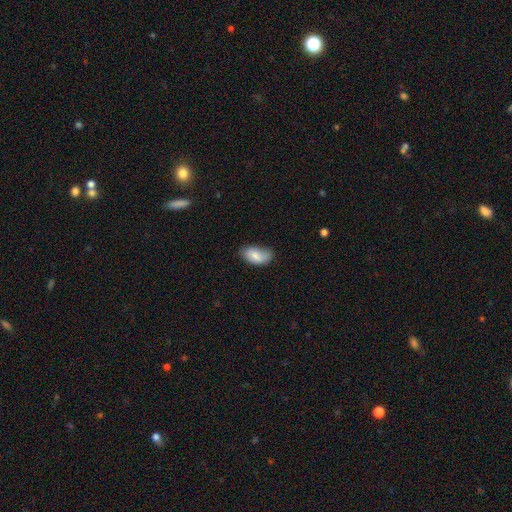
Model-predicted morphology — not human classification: This is clearly a smooth galaxy (82%). How rounded: clearly in between (94%). Merging: possibly none (58%).